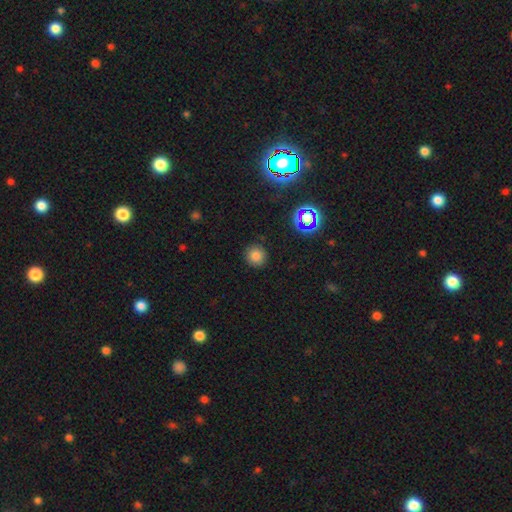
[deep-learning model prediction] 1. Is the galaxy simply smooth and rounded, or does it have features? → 76% smooth, 17% star or artifact, 7% featured or disk.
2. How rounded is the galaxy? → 91% round, 8% in between, 1% cigar-shaped.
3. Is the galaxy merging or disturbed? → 89% none, 7% minor disturbance, 2% major disturbance, 1% merger.